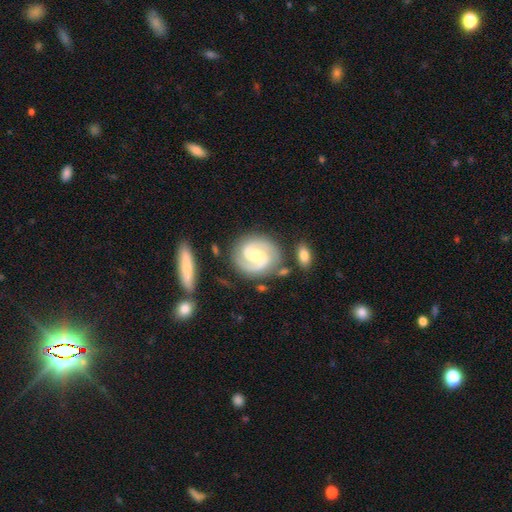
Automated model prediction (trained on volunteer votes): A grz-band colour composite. It shows a featured or disk galaxy (90%) with a weak bar (45%), 2 (92%) medium (56%) spiral arms (98%) and a moderate central bulge (56%). Merging: none (77%).